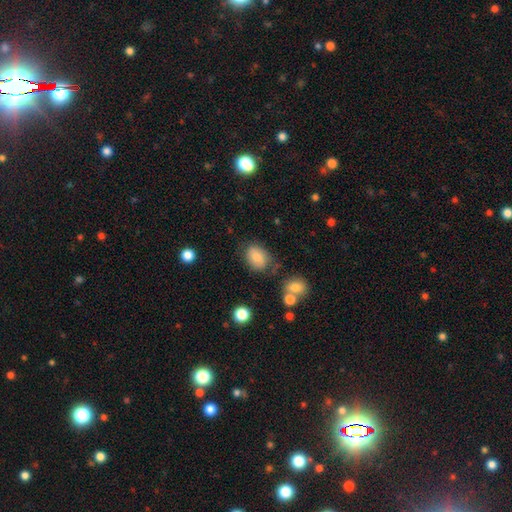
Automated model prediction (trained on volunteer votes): Smooth or featured? smooth (79%)
How rounded? in between (73%)
Merging? none (66%)